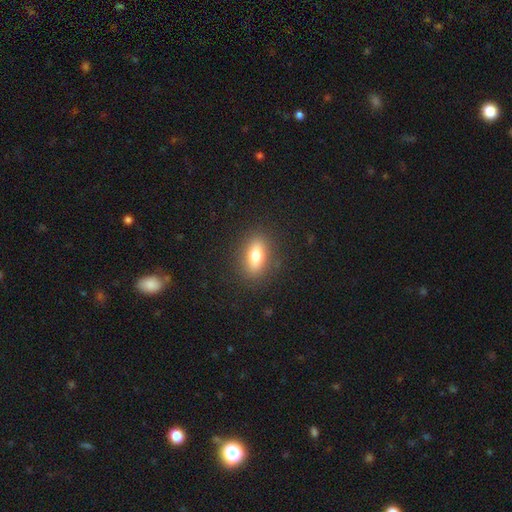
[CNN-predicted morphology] Smooth or featured: smooth — 74% (featured or disk — 17%)
How rounded: in between — 79% (cigar-shaped — 12%)
Merging: none — 86% (minor disturbance — 9%)